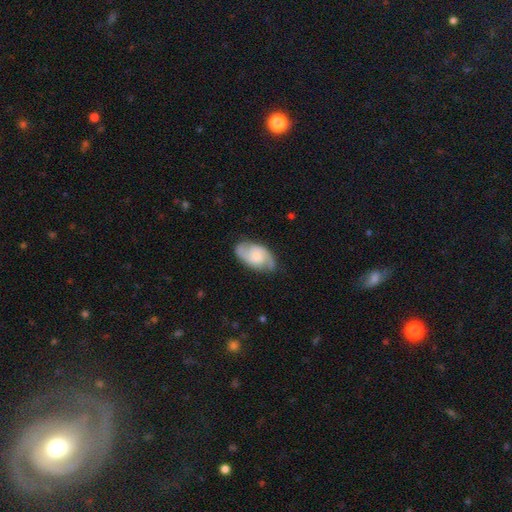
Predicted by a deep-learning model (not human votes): This appears to be a featured or disk galaxy (73%) with no bar (59%), 2 (88%) medium (50%) spiral arms (95%) and a small central bulge (38%). Merging: none (77%).